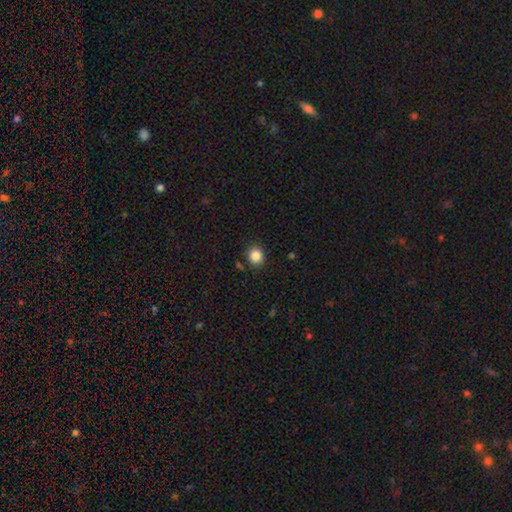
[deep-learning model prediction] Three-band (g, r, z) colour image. It shows a smooth galaxy with no disk features (85%) that is round (83%). Merging: none (88%).